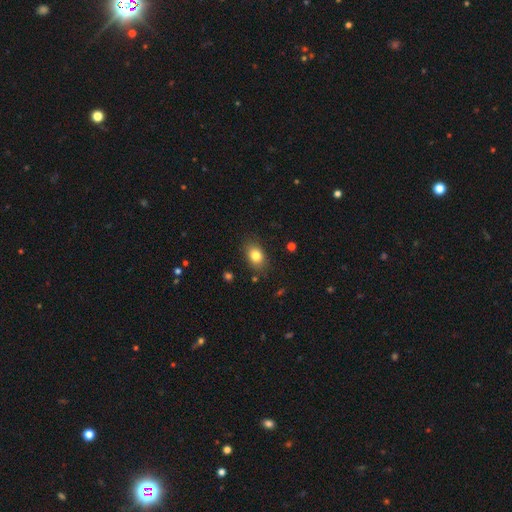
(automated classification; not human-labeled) Morphology: type=smooth (81%); roundness=in between (75%); merging=none (83%).